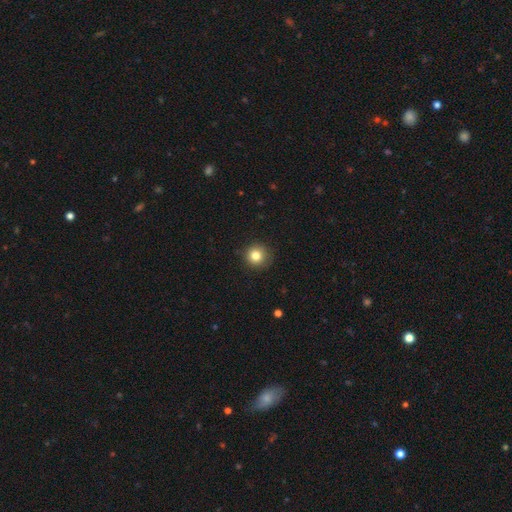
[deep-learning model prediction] Smooth or featured?
  - smooth: 82% *
  - star or artifact: 12%
  - featured or disk: 7%
How rounded?
  - round: 94% *
  - in between: 5%
  - cigar-shaped: 1%
Merging?
  - none: 89% *
  - minor disturbance: 8%
  - major disturbance: 2%
  - merger: 1%